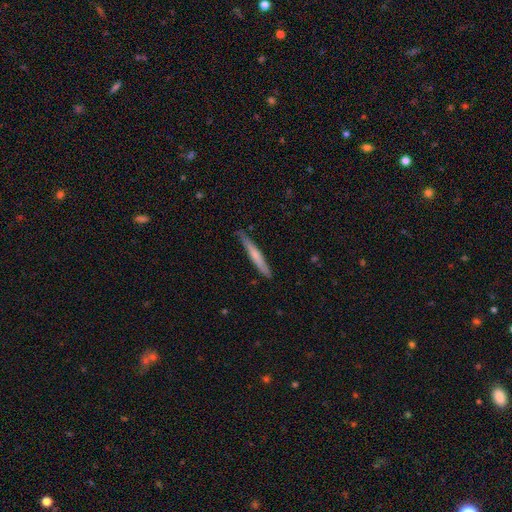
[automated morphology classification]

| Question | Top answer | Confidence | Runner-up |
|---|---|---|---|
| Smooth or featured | smooth | 56% | featured or disk (39%) |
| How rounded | cigar-shaped | 96% | in between (3%) |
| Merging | none | 84% | minor disturbance (13%) |